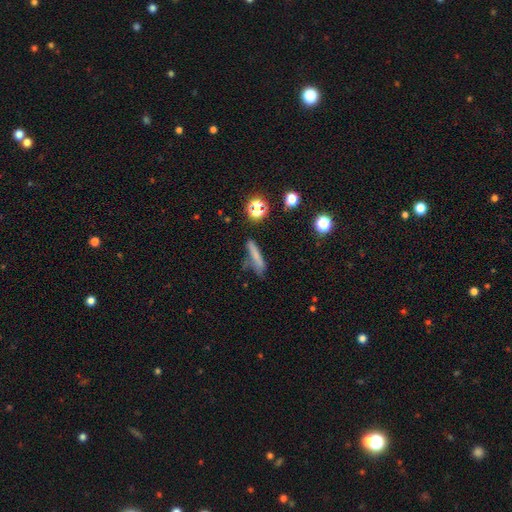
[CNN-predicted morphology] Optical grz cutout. It shows a smooth galaxy with no disk features (66%) that is cigar-shaped (82%). Merging: none (57%).